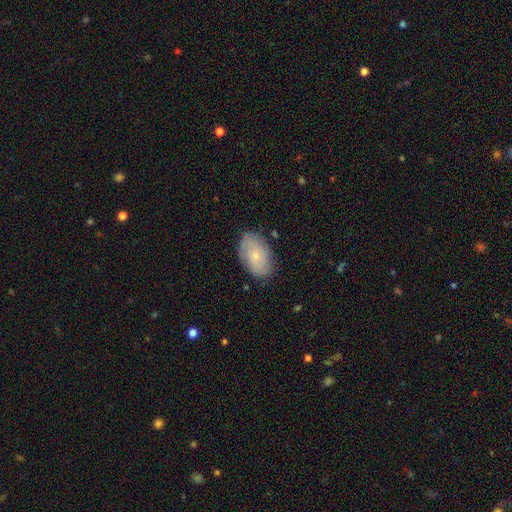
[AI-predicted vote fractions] Smooth or featured? smooth (59%)
How rounded? in between (92%)
Merging? none (80%)